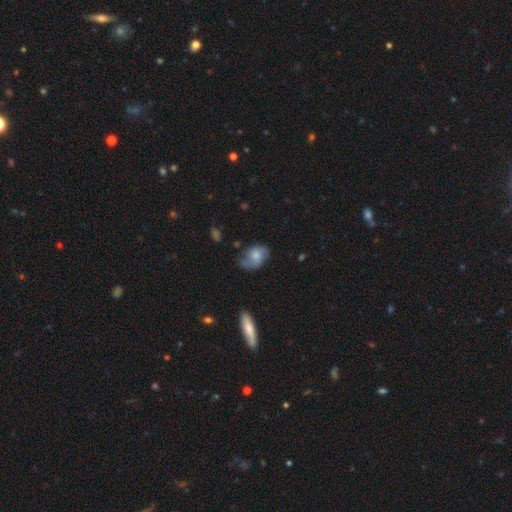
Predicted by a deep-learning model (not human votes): Overall: smooth (50%; featured or disk 41%). How rounded: in between (74%). Merging: none (58%; minor disturbance 28%).